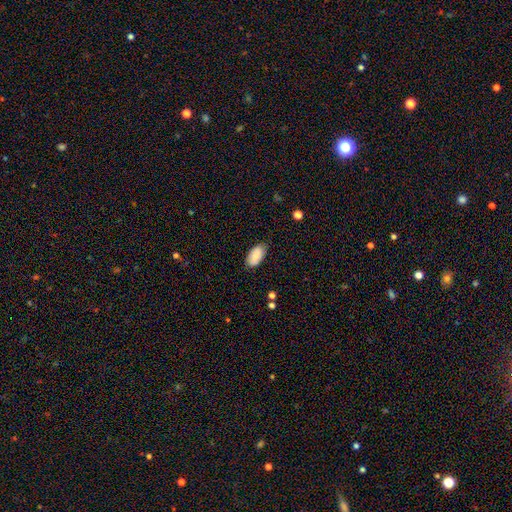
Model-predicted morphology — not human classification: Overall: smooth (83%). How rounded: in between (95%). Merging: none (75%).